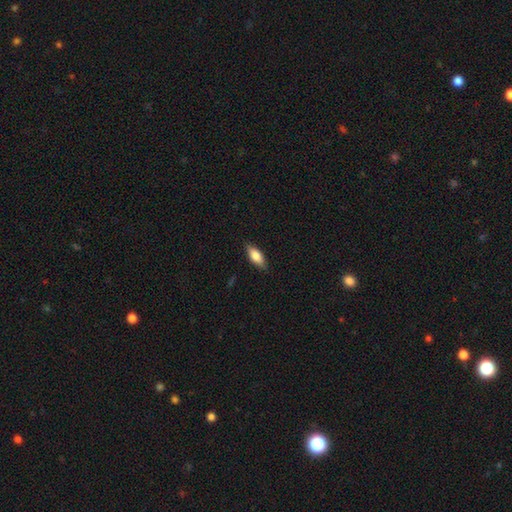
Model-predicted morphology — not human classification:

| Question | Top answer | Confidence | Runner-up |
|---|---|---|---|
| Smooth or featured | smooth | 72% | featured or disk (21%) |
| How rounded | in between | 76% | cigar-shaped (22%) |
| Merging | none | 86% | minor disturbance (11%) |